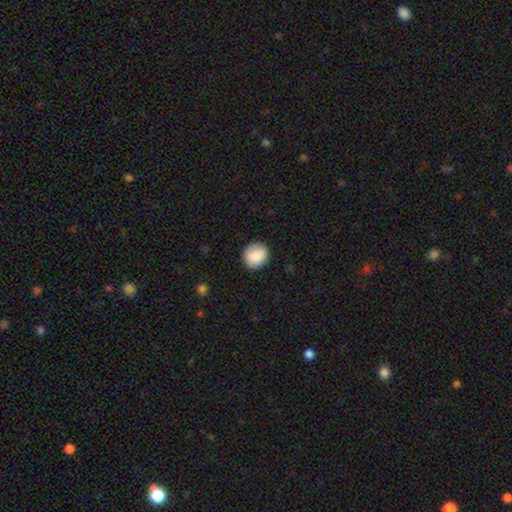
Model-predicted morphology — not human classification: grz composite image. It shows a smooth galaxy with no disk features (85%) that is round (83%). Merging: none (87%).